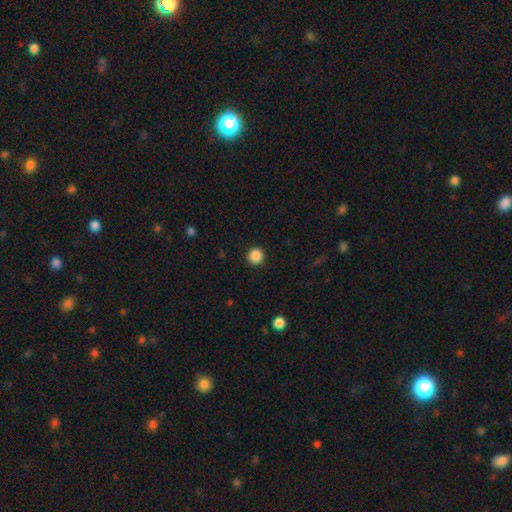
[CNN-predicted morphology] This is clearly a smooth galaxy (88%). How rounded: clearly round (95%). Merging: clearly none (93%).